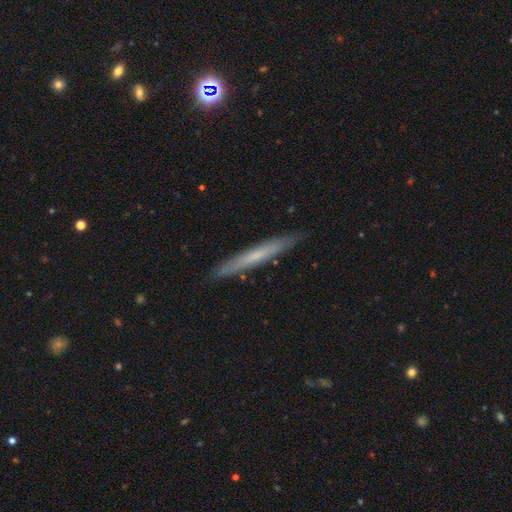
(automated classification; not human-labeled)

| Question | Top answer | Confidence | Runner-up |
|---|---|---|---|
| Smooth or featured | smooth | 48% | featured or disk (46%) |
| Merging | none | 89% | minor disturbance (8%) |